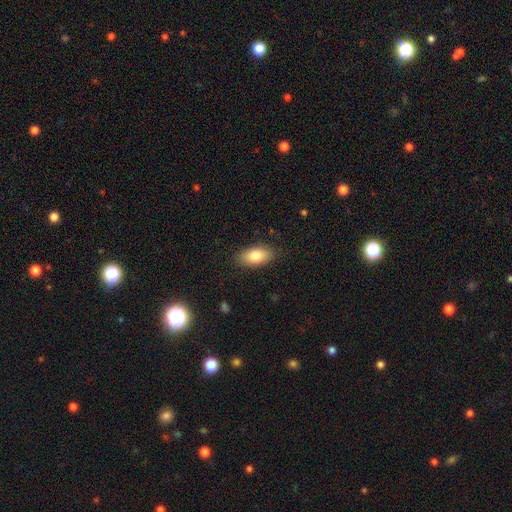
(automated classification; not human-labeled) Smooth or featured?
  - smooth: 81% *
  - featured or disk: 12%
  - star or artifact: 7%
How rounded?
  - in between: 91% *
  - cigar-shaped: 5%
  - round: 4%
Merging?
  - none: 86% *
  - minor disturbance: 10%
  - major disturbance: 2%
  - merger: 1%